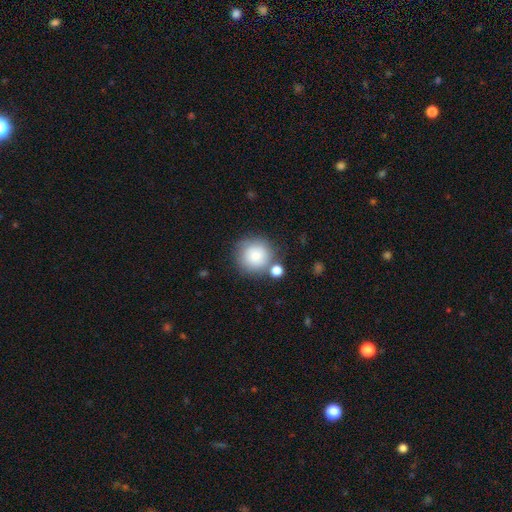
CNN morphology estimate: A smooth galaxy with no disk features (82%) that is round (93%). Merging: none (68%).